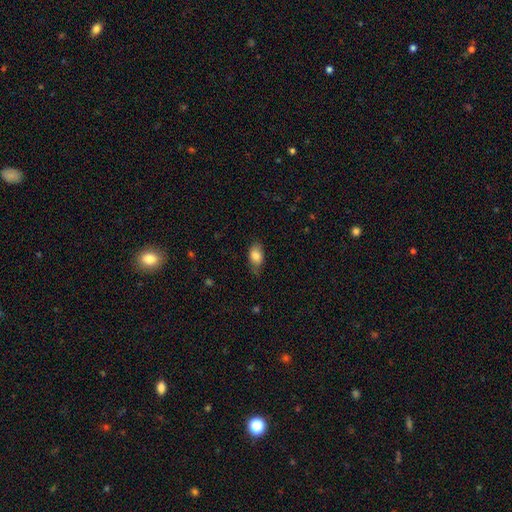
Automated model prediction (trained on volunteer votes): Smooth or featured?
  - smooth: 83% *
  - featured or disk: 9%
  - star or artifact: 7%
How rounded?
  - in between: 88% *
  - round: 9%
  - cigar-shaped: 3%
Merging?
  - none: 65% *
  - minor disturbance: 27%
  - major disturbance: 6%
  - merger: 1%